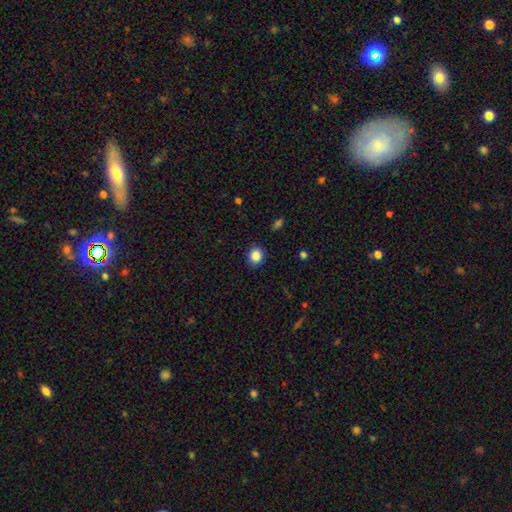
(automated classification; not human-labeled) Q: Smooth or featured?
A: smooth (86%); runner-up: star or artifact (10%)
Q: How rounded?
A: round (69%); runner-up: in between (30%)
Q: Merging?
A: none (89%); runner-up: minor disturbance (7%)